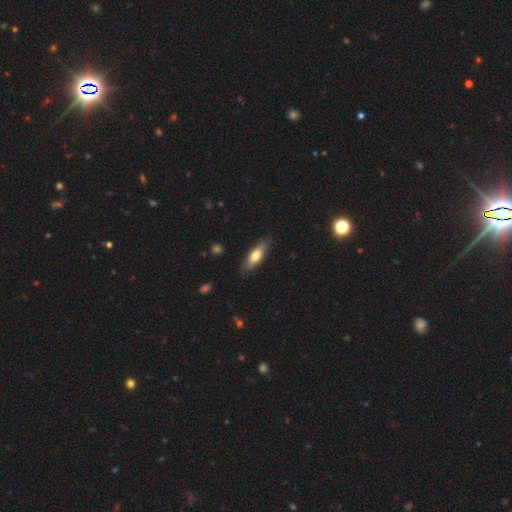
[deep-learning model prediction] This appears to be a smooth galaxy with no disk features (62%) that is in between round and cigar-shaped (50%). Merging: none (85%).